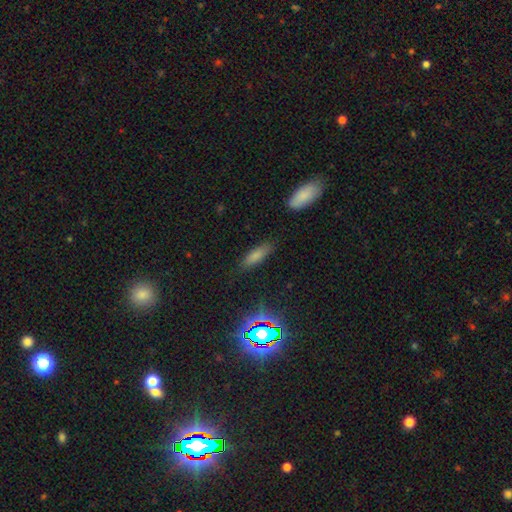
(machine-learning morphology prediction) Q: Smooth or featured?
A: smooth (75%); runner-up: star or artifact (14%)
Q: How rounded?
A: in between (51%); runner-up: cigar-shaped (47%)
Q: Merging?
A: none (82%); runner-up: minor disturbance (13%)